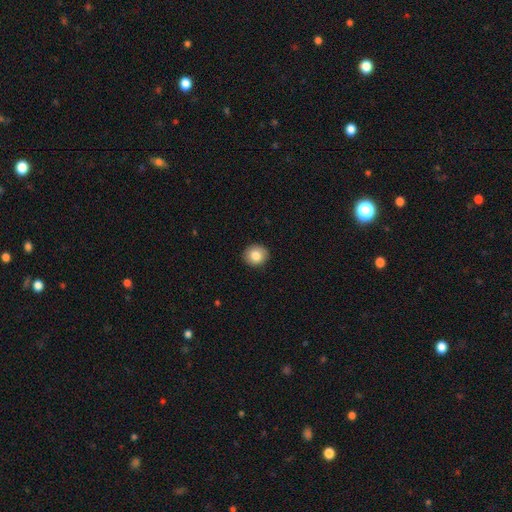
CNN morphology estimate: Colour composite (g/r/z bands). It shows a smooth galaxy with no disk features (83%) that is round (84%). Merging: none (91%).